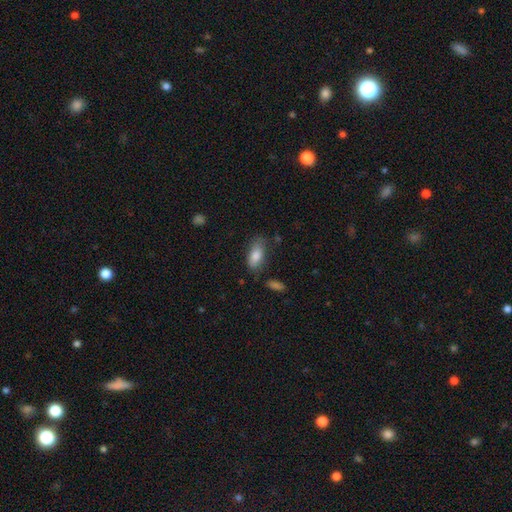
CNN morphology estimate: Smooth or featured?
  - smooth: 81% *
  - featured or disk: 12%
  - star or artifact: 7%
How rounded?
  - in between: 88% *
  - cigar-shaped: 9%
  - round: 3%
Merging?
  - none: 68% *
  - minor disturbance: 22%
  - major disturbance: 6%
  - merger: 4%